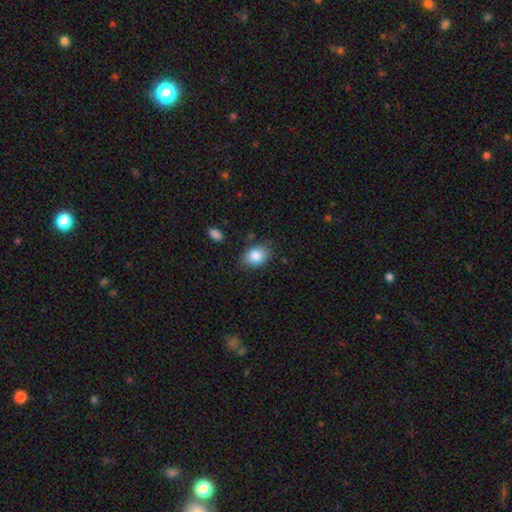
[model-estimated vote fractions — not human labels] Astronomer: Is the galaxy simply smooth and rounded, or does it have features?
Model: smooth — 86%.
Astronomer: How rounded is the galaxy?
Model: in between — 74%.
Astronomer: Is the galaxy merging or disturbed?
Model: none — 79%.